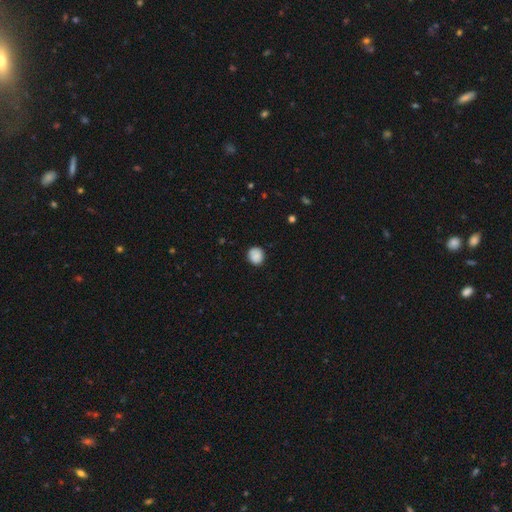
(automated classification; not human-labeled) The model was most divided on "how rounded": round: 82%, in between: 17%, cigar-shaped: 1%. More confident: smooth or featured — smooth (86%); merging — none (82%).